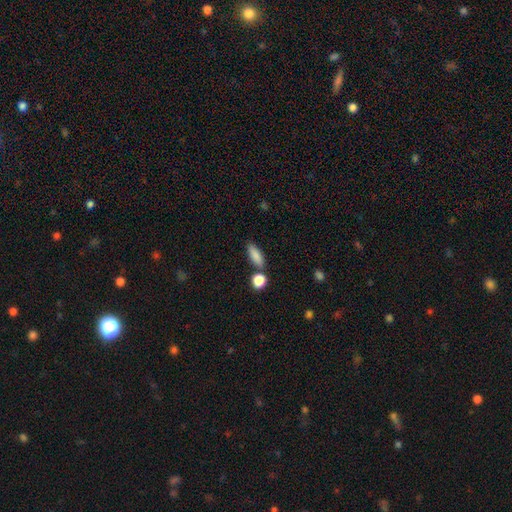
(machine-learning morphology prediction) A smooth galaxy with no disk features (86%) that is in between round and cigar-shaped (66%).

Vote fractions:
- Smooth or featured? smooth: 86% / star or artifact: 8% / featured or disk: 7%
- How rounded? in between: 66% / cigar-shaped: 28% / round: 6%
- Merging? none: 73% / minor disturbance: 12% / merger: 11% / major disturbance: 3%